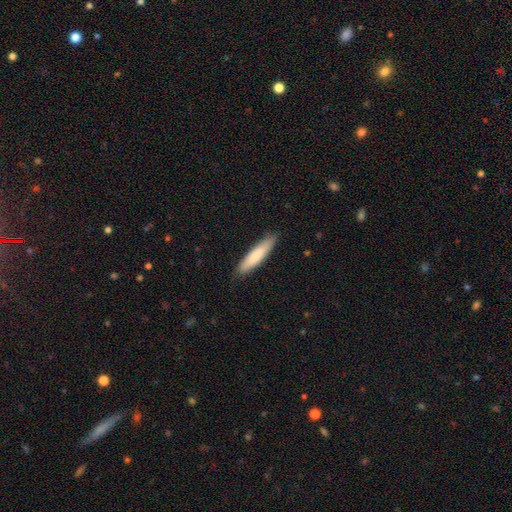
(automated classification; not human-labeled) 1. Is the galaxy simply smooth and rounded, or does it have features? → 80% smooth, 15% featured or disk, 5% star or artifact.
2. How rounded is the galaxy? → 82% cigar-shaped, 17% in between, 1% round.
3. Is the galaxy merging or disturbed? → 86% none, 11% minor disturbance, 2% major disturbance, 1% merger.